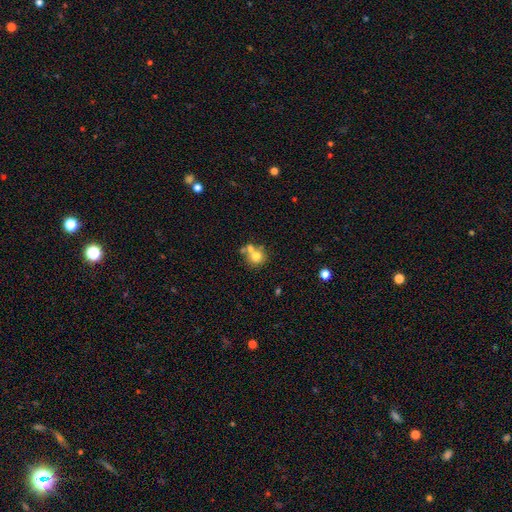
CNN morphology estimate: smooth-or-featured: smooth: 70% | featured or disk: 18% | star or artifact: 12%
  how-rounded: round: 84% | in between: 15% | cigar-shaped: 1%
  merging: none: 44% | merger: 43% | minor disturbance: 9% | major disturbance: 4%